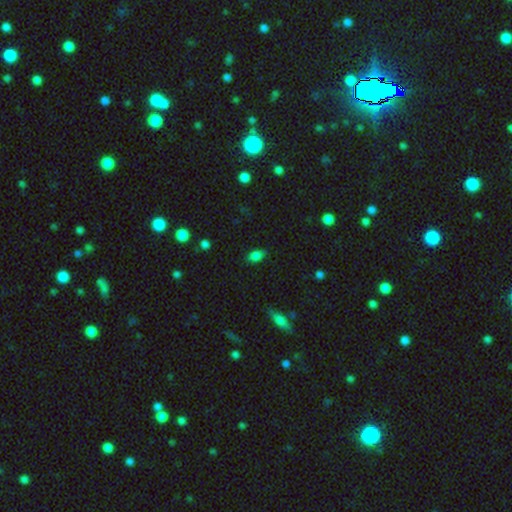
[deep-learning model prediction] This appears to be a smooth galaxy with no disk features (82%) that is in between round and cigar-shaped (87%). Merging: none (80%).